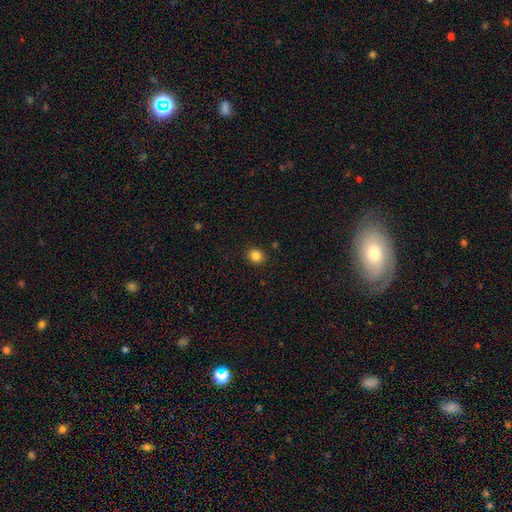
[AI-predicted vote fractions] Smooth or featured? Predicted: smooth (p=0.84). How rounded? Predicted: round (p=0.82). Merging? Predicted: none (p=0.90).